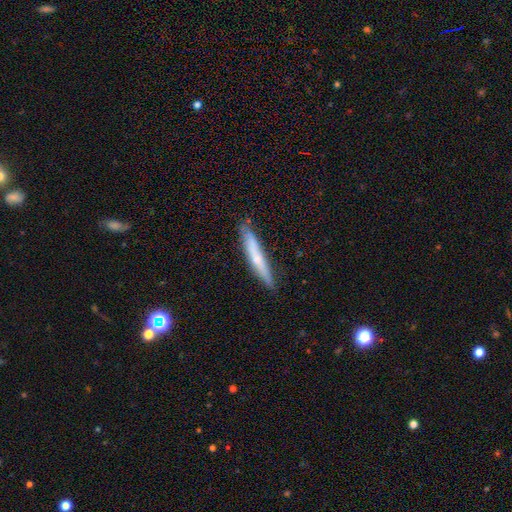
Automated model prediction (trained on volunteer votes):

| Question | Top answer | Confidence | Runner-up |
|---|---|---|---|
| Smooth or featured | smooth | 53% | featured or disk (40%) |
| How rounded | cigar-shaped | 94% | in between (5%) |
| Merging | none | 84% | minor disturbance (12%) |